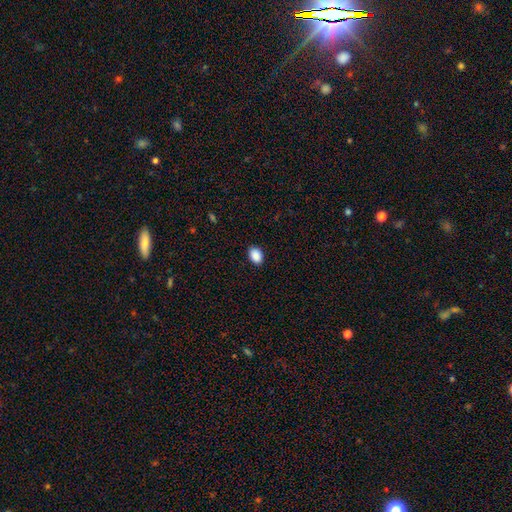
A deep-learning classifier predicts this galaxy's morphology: Q: Smooth or featured?
A: smooth (90%); runner-up: star or artifact (8%)
Q: How rounded?
A: in between (79%); runner-up: round (20%)
Q: Merging?
A: none (89%); runner-up: minor disturbance (8%)